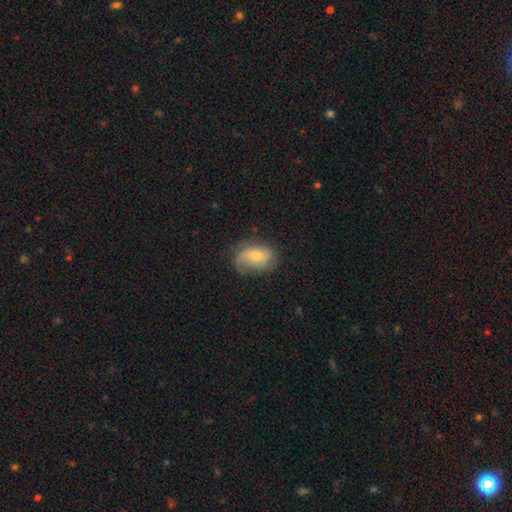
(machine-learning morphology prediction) A smooth galaxy with no disk features (50%) that is in between round and cigar-shaped (77%). Merging: none (61%).